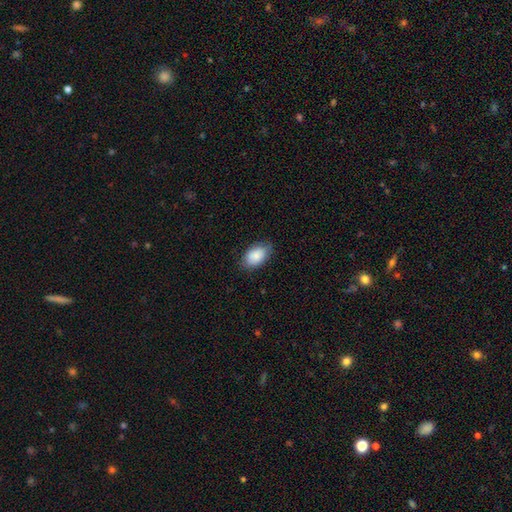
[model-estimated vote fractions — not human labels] Q: Smooth or featured?
A: smooth (86%); runner-up: featured or disk (8%)
Q: How rounded?
A: in between (92%); runner-up: round (7%)
Q: Merging?
A: none (79%); runner-up: minor disturbance (17%)